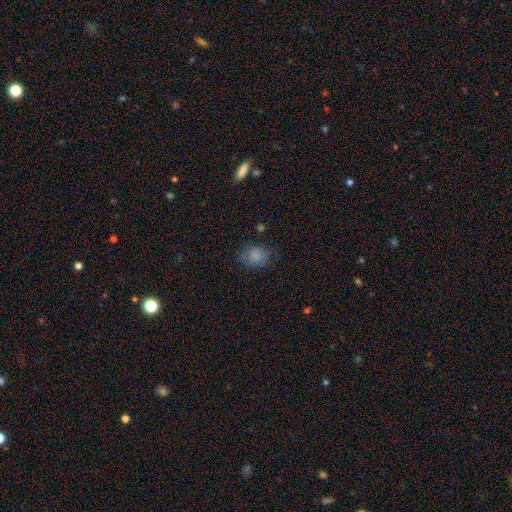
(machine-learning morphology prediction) type=smooth (78%); roundness=round (50%); merging=none (65%).